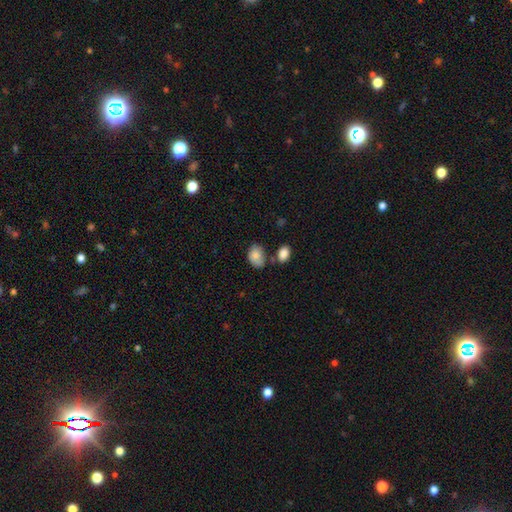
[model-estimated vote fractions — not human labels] A smooth galaxy with no disk features (84%) that is in between round and cigar-shaped (79%). Merging: none (54%).